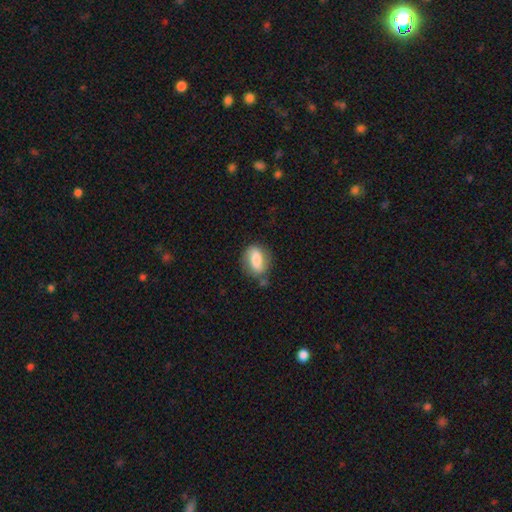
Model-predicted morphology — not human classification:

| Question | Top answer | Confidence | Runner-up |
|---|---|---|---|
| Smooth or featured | smooth | 62% | featured or disk (30%) |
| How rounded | in between | 78% | round (15%) |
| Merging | none | 69% | minor disturbance (21%) |